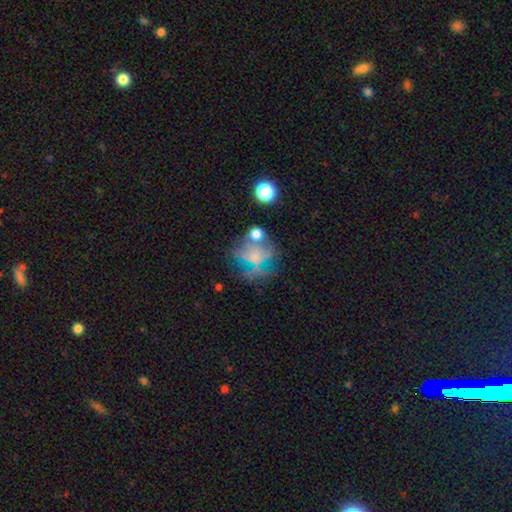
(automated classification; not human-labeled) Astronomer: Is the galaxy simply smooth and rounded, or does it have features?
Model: featured or disk — 43% (runner-up: smooth, 36%).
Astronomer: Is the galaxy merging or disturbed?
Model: none — 42% (runner-up: major disturbance, 25%).